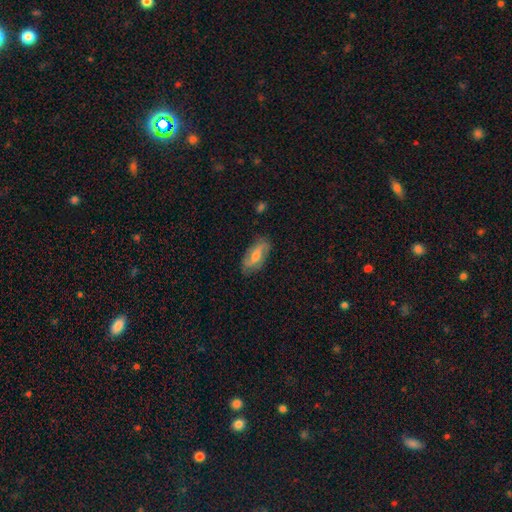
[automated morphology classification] Q: Smooth or featured?
A: featured or disk (50%); runner-up: smooth (43%)
Q: Merging?
A: none (79%); runner-up: minor disturbance (16%)